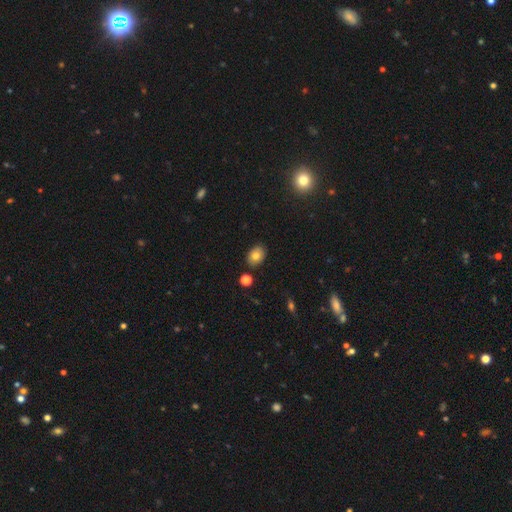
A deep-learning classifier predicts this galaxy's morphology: The model was most divided on "how rounded": in between: 72%, round: 27%, cigar-shaped: 1%. More confident: merging — none (86%); smooth or featured — smooth (80%).